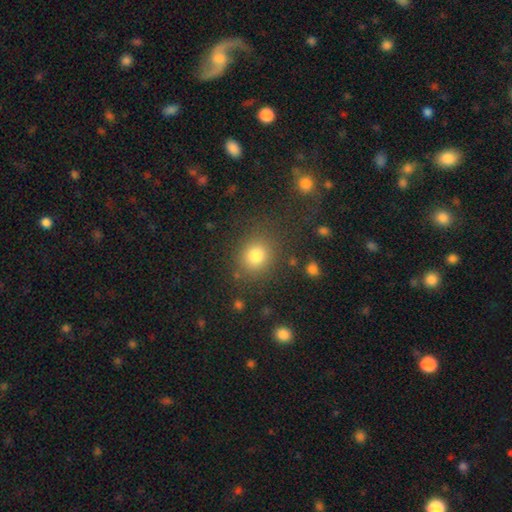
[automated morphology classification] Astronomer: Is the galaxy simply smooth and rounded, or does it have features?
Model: smooth — 80%.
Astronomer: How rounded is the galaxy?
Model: round — 75%.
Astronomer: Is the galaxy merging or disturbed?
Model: none — 80%.